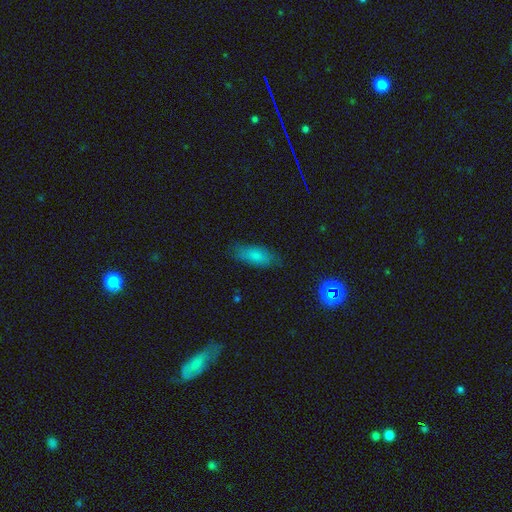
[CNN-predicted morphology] Smooth or featured? smooth (79%)
How rounded? in between (78%)
Merging? none (79%)